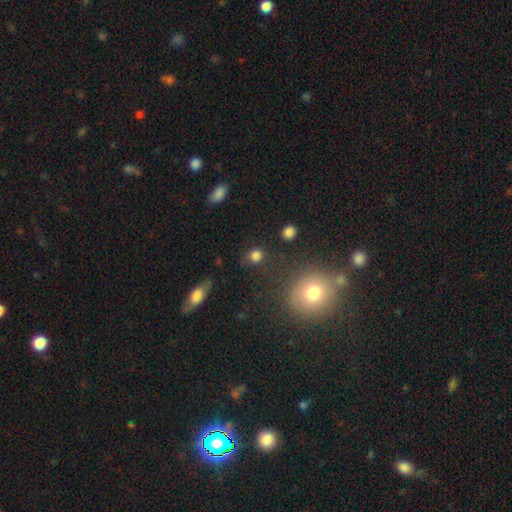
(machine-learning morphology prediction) Smooth or featured: smooth — 79% (star or artifact — 15%)
How rounded: round — 82% (in between — 16%)
Merging: none — 75% (minor disturbance — 13%)